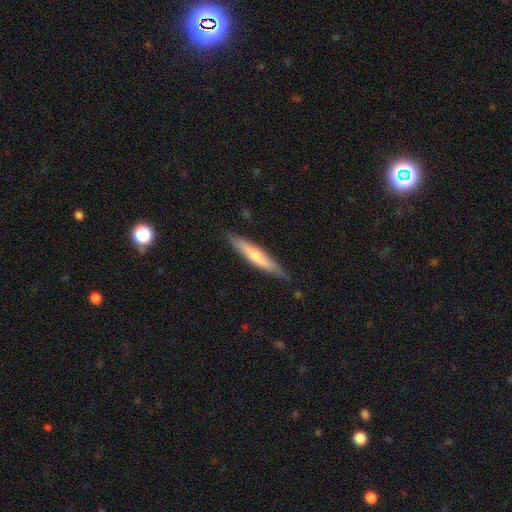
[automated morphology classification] A smooth galaxy with no disk features (52%) that is cigar-shaped (91%). Merging: none (87%).